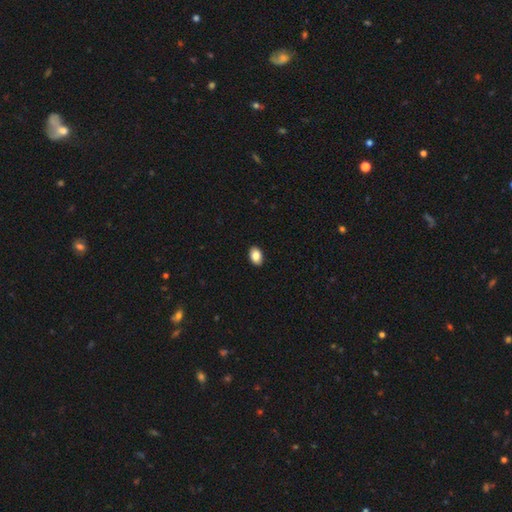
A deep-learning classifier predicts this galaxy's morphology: smooth_or_featured: smooth (p=0.87) [alt: star or artifact p=0.08]
how_rounded: in between (p=0.86) [alt: round p=0.12]
merging: none (p=0.91) [alt: minor disturbance p=0.07]